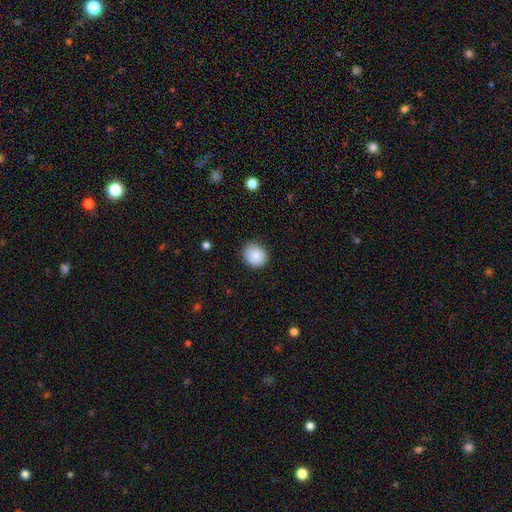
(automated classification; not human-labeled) The model was most divided on "how rounded": round: 81%, in between: 19%, cigar-shaped: 1%. More confident: smooth or featured — smooth (84%); merging — none (80%).